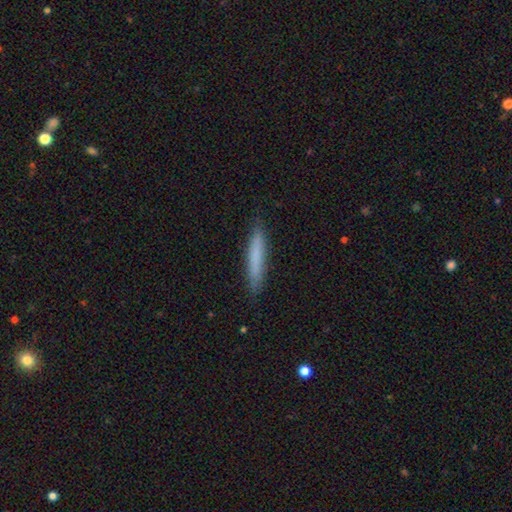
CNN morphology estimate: Overall: smooth (72%). How rounded: cigar-shaped (94%). Merging: none (88%).